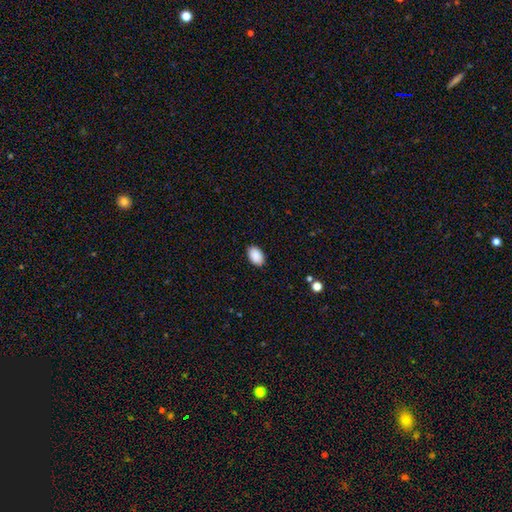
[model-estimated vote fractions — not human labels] Smooth or featured?
  - smooth: 91% *
  - star or artifact: 7%
  - featured or disk: 3%
How rounded?
  - in between: 90% *
  - round: 8%
  - cigar-shaped: 1%
Merging?
  - none: 88% *
  - minor disturbance: 9%
  - major disturbance: 2%
  - merger: 1%